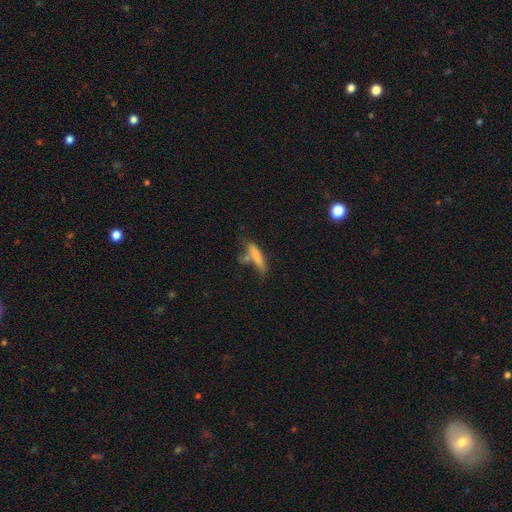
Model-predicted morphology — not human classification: smooth-or-featured: smooth: 75% | featured or disk: 17% | star or artifact: 8%
  how-rounded: cigar-shaped: 79% | in between: 19% | round: 2%
  merging: none: 47% | merger: 21% | minor disturbance: 21% | major disturbance: 11%